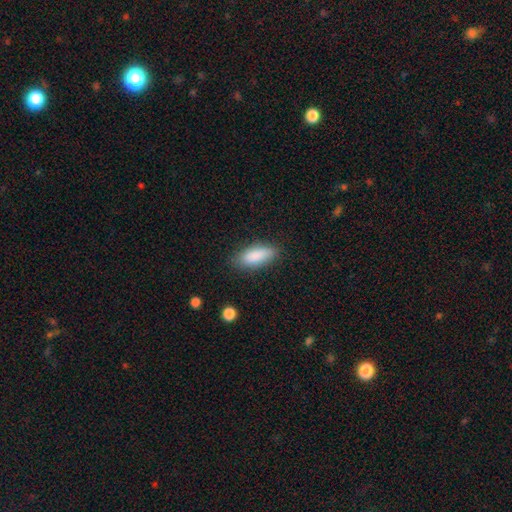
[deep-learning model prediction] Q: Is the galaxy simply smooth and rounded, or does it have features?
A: smooth — 88%.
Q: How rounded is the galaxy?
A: in between — 74%.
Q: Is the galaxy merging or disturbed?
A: none — 84%.